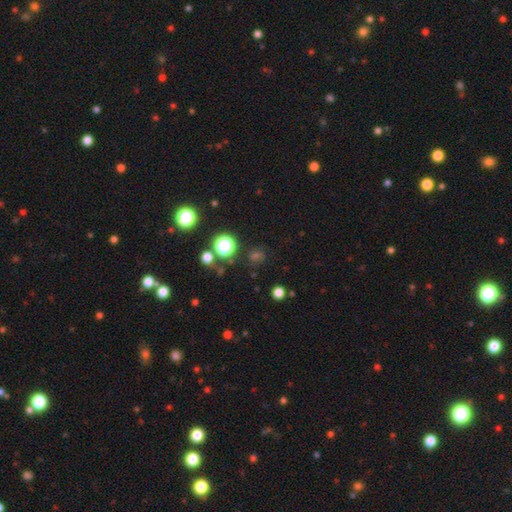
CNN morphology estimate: This appears to be a star or artifact, not a galaxy (51%).